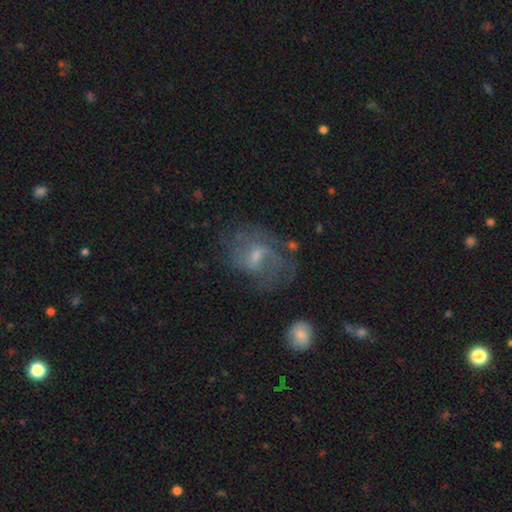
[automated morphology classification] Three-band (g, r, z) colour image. It shows a featured or disk galaxy (68%) with a weak bar (55%), 2 (46%) medium (44%) spiral arms (77%) and a small central bulge (53%). Merging: none (50%).